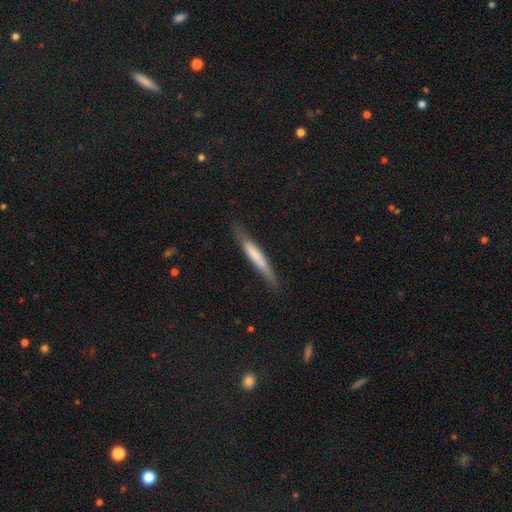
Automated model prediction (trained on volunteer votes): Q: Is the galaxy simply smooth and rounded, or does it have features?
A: smooth — 59%.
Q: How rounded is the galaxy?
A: cigar-shaped — 94%.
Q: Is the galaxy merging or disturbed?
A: none — 81%.